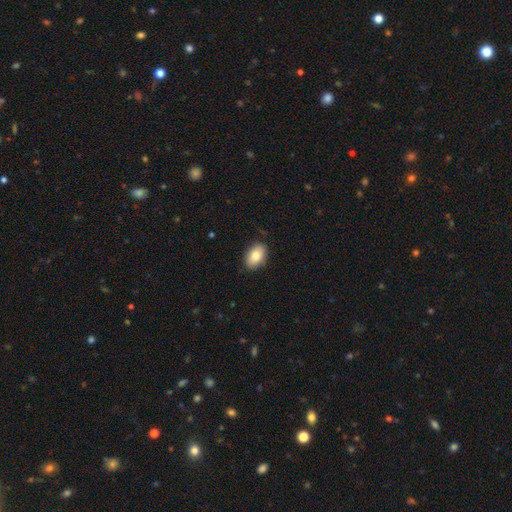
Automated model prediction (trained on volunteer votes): A smooth galaxy with no disk features (83%) that is in between round and cigar-shaped (89%).

Vote fractions:
- Smooth or featured? smooth: 83% / featured or disk: 10% / star or artifact: 7%
- How rounded? in between: 89% / round: 10% / cigar-shaped: 1%
- Merging? none: 86% / minor disturbance: 11% / major disturbance: 2% / merger: 1%